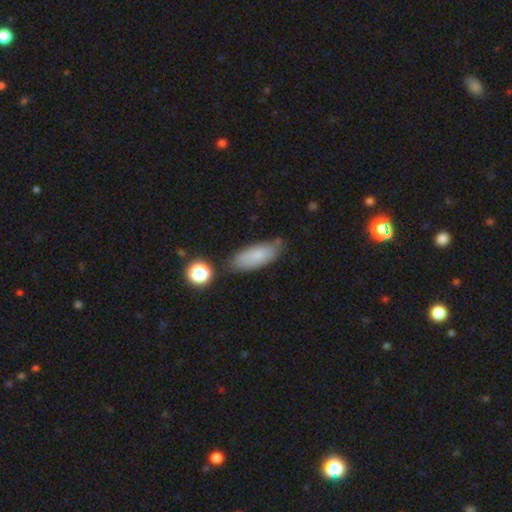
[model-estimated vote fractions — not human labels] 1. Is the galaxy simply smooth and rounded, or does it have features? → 79% smooth, 12% featured or disk, 8% star or artifact.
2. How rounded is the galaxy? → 75% in between, 23% cigar-shaped, 3% round.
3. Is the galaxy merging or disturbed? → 73% none, 17% minor disturbance, 6% merger, 4% major disturbance.